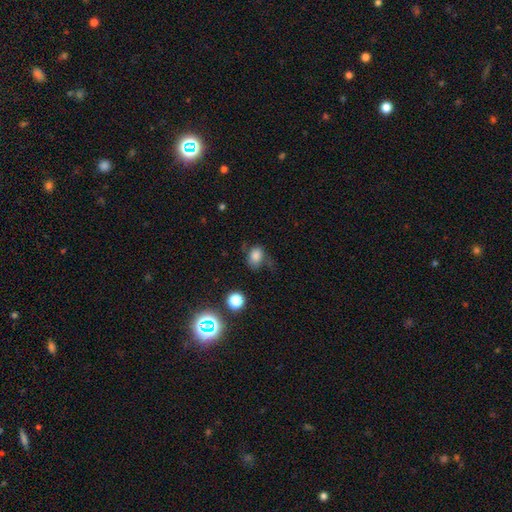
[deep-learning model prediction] Smooth or featured? smooth (78%)
How rounded? in between (68%)
Merging? none (49%)